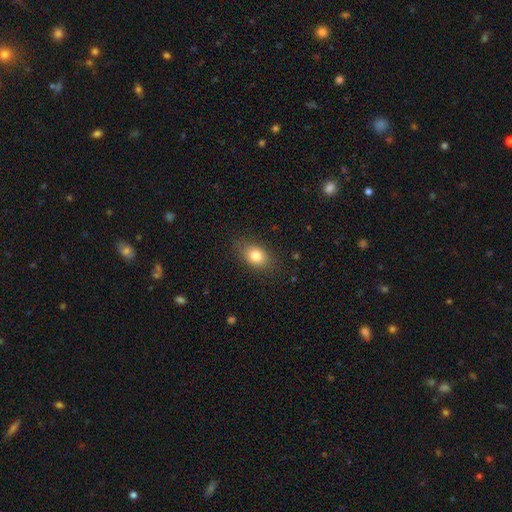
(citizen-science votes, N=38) smooth-or-featured: smooth: 92% | featured or disk: 5% | star or artifact: 3%
  how-rounded: in between: 63% | round: 37% | cigar-shaped: 0%
  merging: none: 81% | minor disturbance: 16% | major disturbance: 3% | merger: 0%